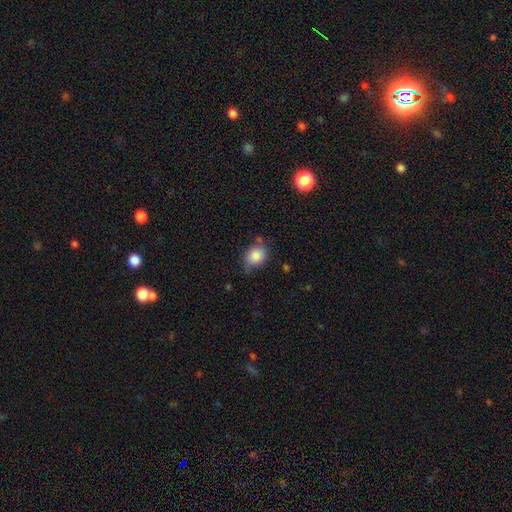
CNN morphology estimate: This appears to be a smooth galaxy with no disk features (85%) that is in between round and cigar-shaped (51%). Merging: none (61%).